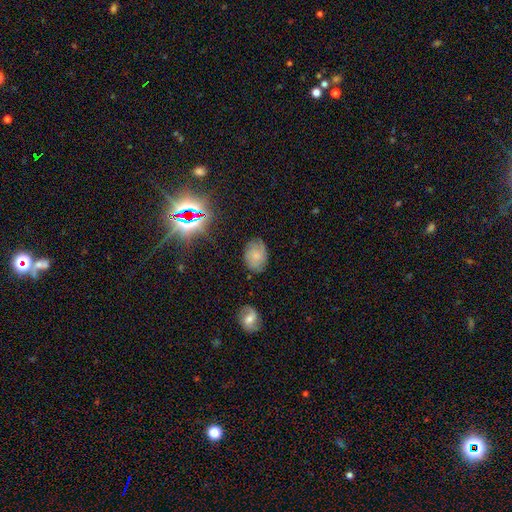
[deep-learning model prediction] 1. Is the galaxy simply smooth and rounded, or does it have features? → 53% smooth, 34% featured or disk, 13% star or artifact.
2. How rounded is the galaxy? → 70% in between, 28% round, 1% cigar-shaped.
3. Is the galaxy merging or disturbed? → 74% none, 19% minor disturbance, 5% major disturbance, 2% merger.